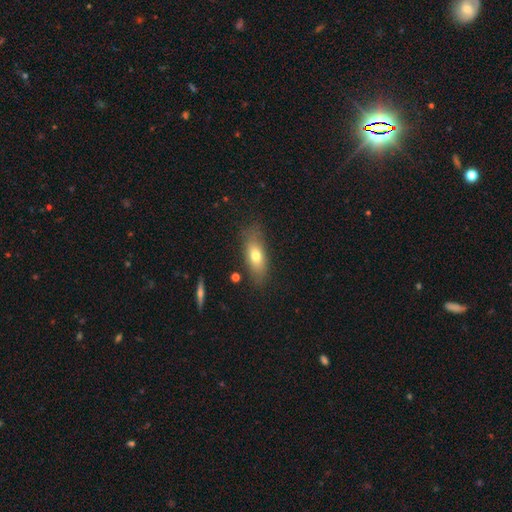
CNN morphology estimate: type=smooth (71%); roundness=in between (73%); merging=none (78%).